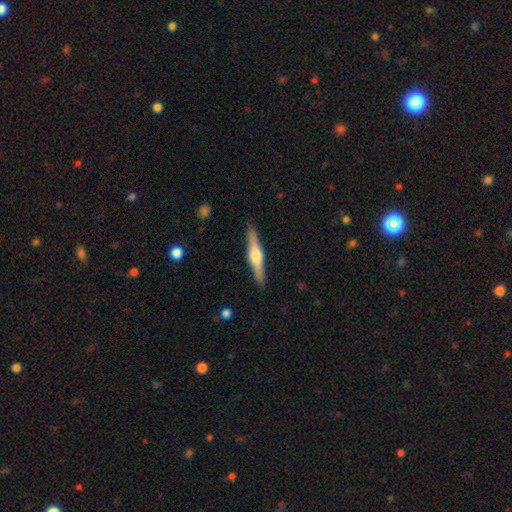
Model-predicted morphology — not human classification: This is likely a featured or disk galaxy (64%). It is clearly viewed edge-on (97%). Edge-on bulge: clearly rounded (89%). Merging: clearly none (90%).